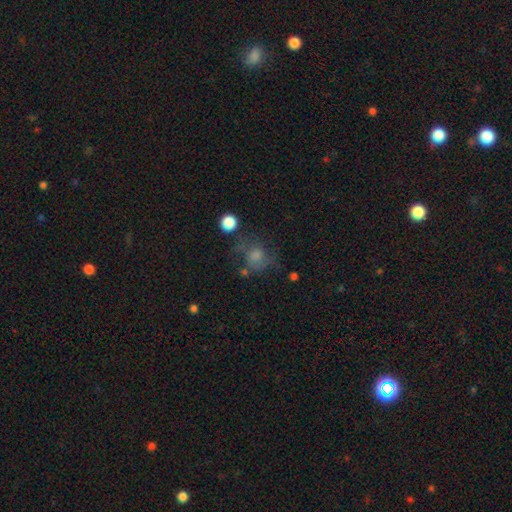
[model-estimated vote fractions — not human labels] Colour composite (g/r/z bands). It shows a smooth galaxy with no disk features (46%). Merging: none (56%).